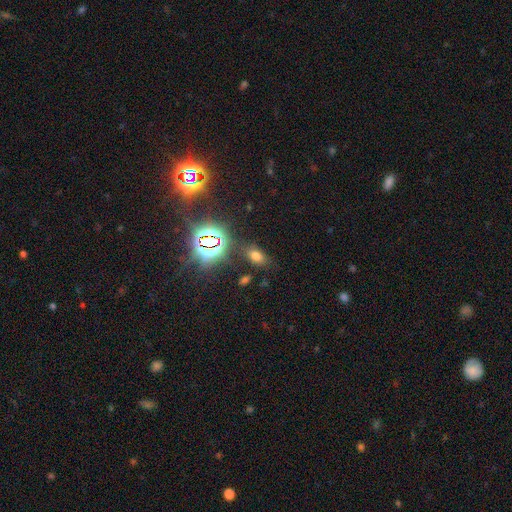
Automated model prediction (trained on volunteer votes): Q: Smooth or featured?
A: smooth (60%); runner-up: star or artifact (32%)
Q: How rounded?
A: in between (86%); runner-up: round (11%)
Q: Merging?
A: none (80%); runner-up: minor disturbance (12%)